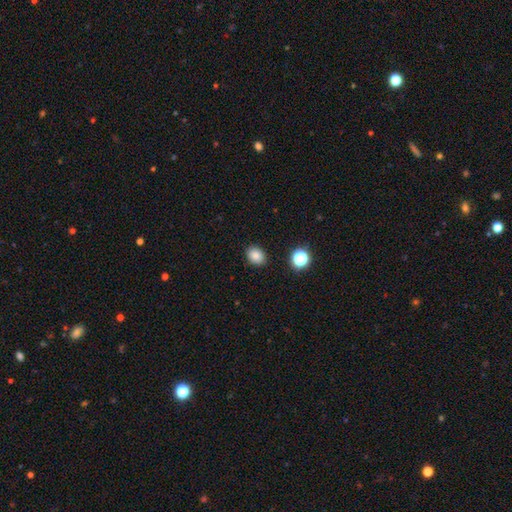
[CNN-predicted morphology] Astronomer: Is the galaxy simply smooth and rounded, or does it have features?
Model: smooth — 84%.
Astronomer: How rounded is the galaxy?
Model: round — 51% (runner-up: in between, 48%).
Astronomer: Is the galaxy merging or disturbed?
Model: none — 88%.